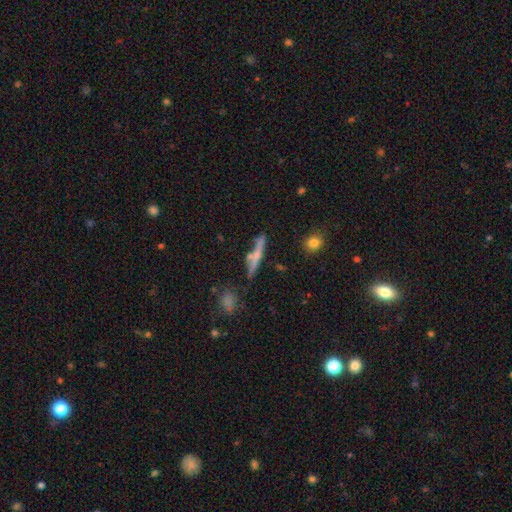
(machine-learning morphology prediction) The model was most divided on "smooth or featured": smooth: 47%, featured or disk: 44%, star or artifact: 9%. More confident: merging — none (69%).